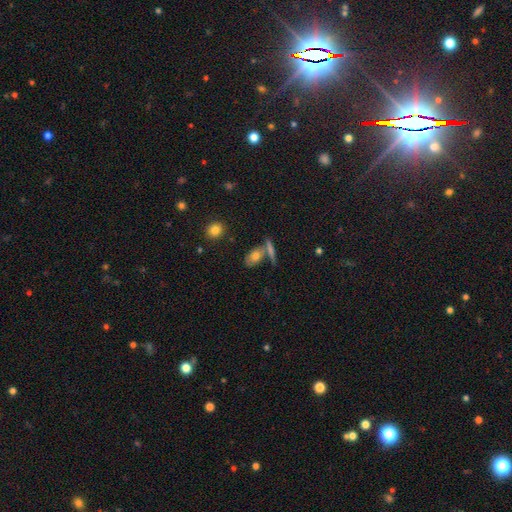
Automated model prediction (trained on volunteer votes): Q: Smooth or featured?
A: smooth (68%); runner-up: featured or disk (22%)
Q: How rounded?
A: in between (76%); runner-up: cigar-shaped (15%)
Q: Merging?
A: none (52%); runner-up: merger (29%)